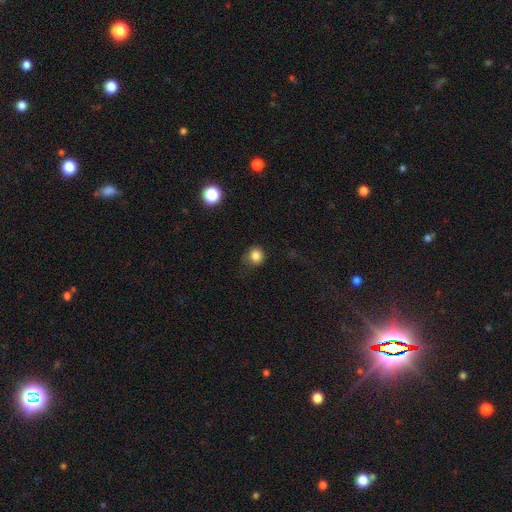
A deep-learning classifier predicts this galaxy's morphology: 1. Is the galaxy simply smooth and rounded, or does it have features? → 83% smooth, 12% star or artifact, 5% featured or disk.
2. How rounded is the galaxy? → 86% round, 13% in between, 1% cigar-shaped.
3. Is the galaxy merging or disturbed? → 73% none, 19% minor disturbance, 6% major disturbance, 1% merger.